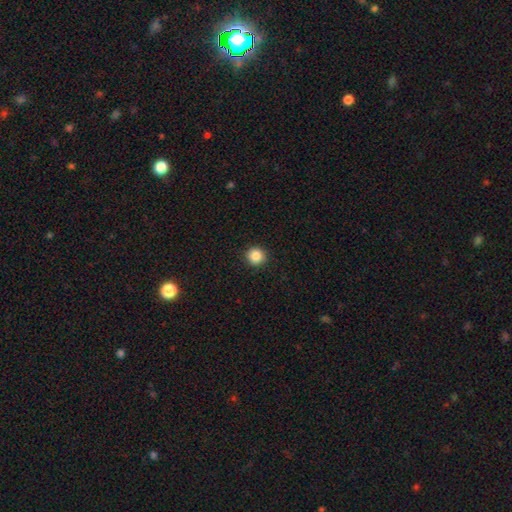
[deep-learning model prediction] Smooth or featured? Predicted: smooth (p=0.86). How rounded? Predicted: round (p=0.94). Merging? Predicted: none (p=0.91).